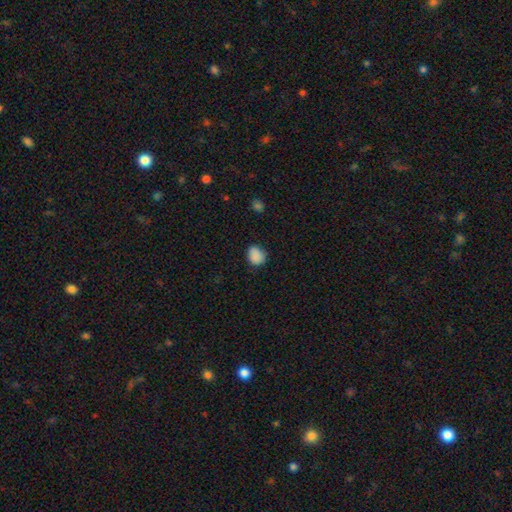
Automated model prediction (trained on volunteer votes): smooth_or_featured: smooth (p=0.87) [alt: star or artifact p=0.09]
how_rounded: round (p=0.57) [alt: in between p=0.42]
merging: none (p=0.74) [alt: minor disturbance p=0.20]